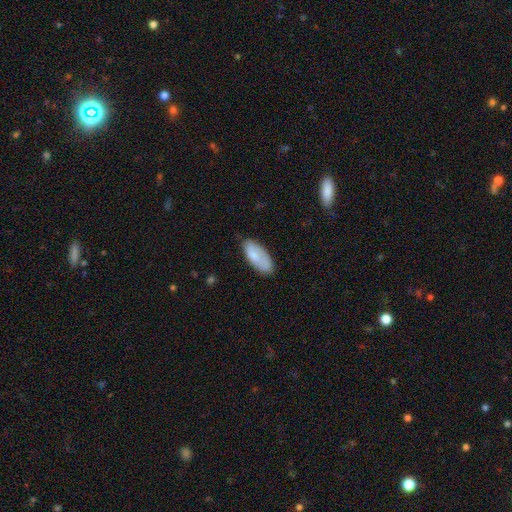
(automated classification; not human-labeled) Smooth or featured? Predicted: smooth (p=0.77). How rounded? Predicted: in between (p=0.87). Merging? Predicted: none (p=0.70).